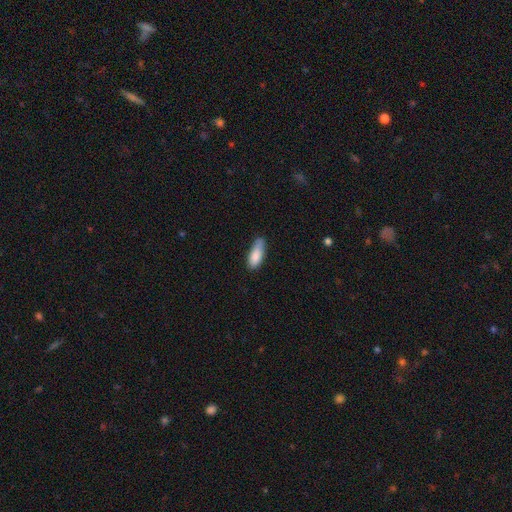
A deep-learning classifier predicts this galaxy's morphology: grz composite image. It shows a smooth galaxy with no disk features (85%) that is in between round and cigar-shaped (63%). Merging: none (62%).